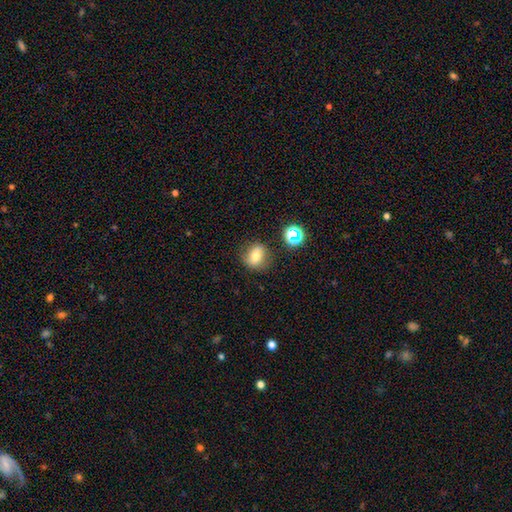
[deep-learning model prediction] The model was most divided on "how rounded": round: 68%, in between: 30%, cigar-shaped: 1%. More confident: merging — none (77%); smooth or featured — smooth (69%).